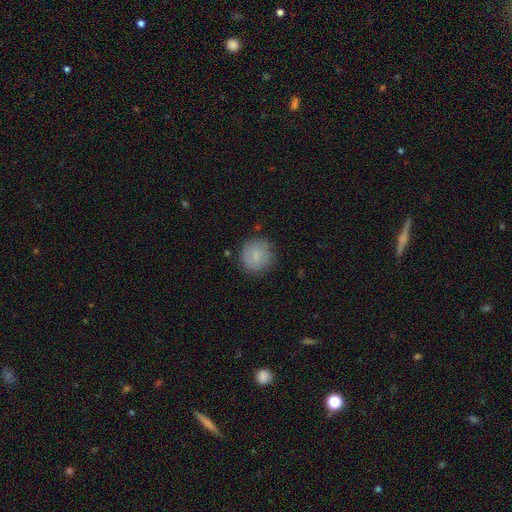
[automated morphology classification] A smooth galaxy with no disk features (79%) that is round (92%).

Vote fractions:
- Smooth or featured? smooth: 79% / featured or disk: 14% / star or artifact: 7%
- How rounded? round: 92% / in between: 7% / cigar-shaped: 1%
- Merging? none: 81% / minor disturbance: 13% / major disturbance: 4% / merger: 1%